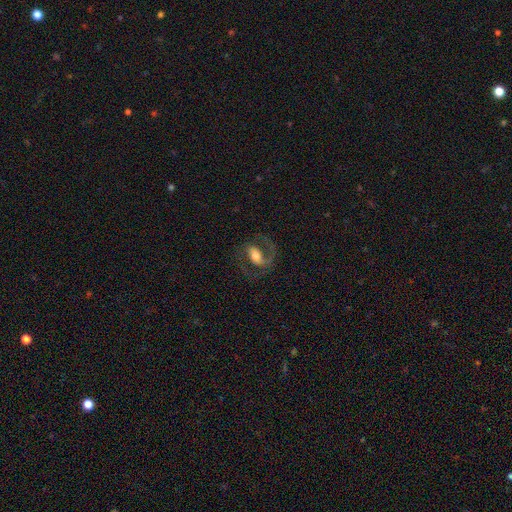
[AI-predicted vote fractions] Smooth or featured? featured or disk (77%)
Edge-on disk? no (96%)
Bar? weak (39%)
Spiral arms? yes (91%)
Spiral winding? medium (56%)
Spiral arm count? 2 (78%)
Bulge size? moderate (60%)
Merging? none (68%)